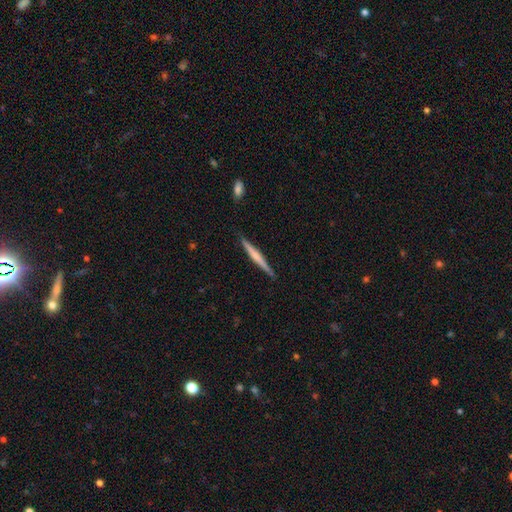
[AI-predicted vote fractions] smooth_or_featured: featured or disk (p=0.54) [alt: smooth p=0.40]
disk_edge_on: yes (p=0.98) [alt: no p=0.02]
edge_on_bulge: none (p=0.48) [alt: rounded p=0.40]
merging: none (p=0.89) [alt: minor disturbance p=0.08]